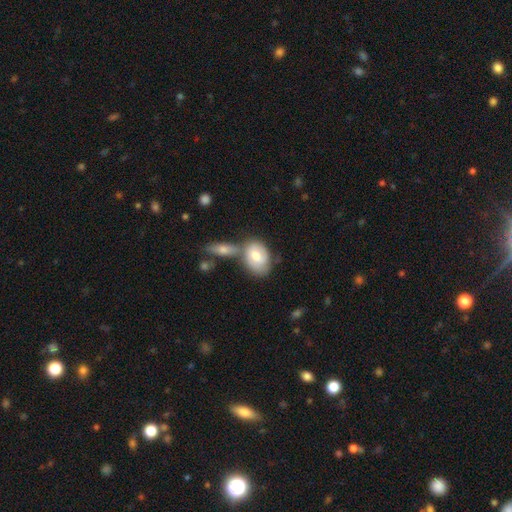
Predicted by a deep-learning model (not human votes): Morphology: type=smooth (64%); roundness=in between (79%); merging=none (42%).